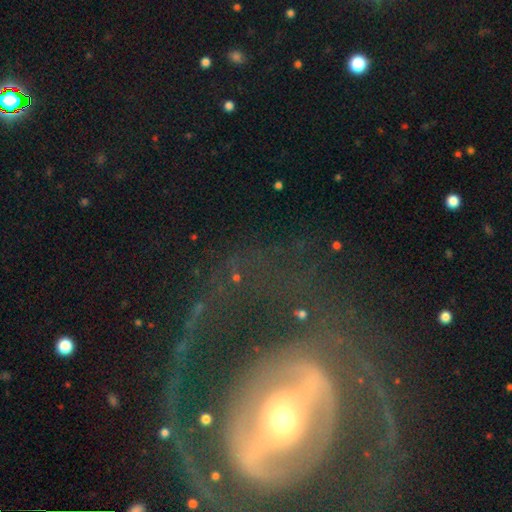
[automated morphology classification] A featured or disk galaxy (78%) with a strong bar (48%), spiral arms (66%) and a moderate central bulge (56%).

Vote fractions:
- Smooth or featured? featured or disk: 78% / smooth: 12% / star or artifact: 10%
- Edge-on disk? no: 92% / yes: 8%
- Bar? strong: 48% / weak: 27% / no: 25%
- Spiral arms? yes: 66% / no: 34%
- Bulge size? moderate: 56% / small: 31% / large: 9% / dominant: 3% / none: 2%
- Merging? none: 58% / major disturbance: 25% / minor disturbance: 13% / merger: 3%